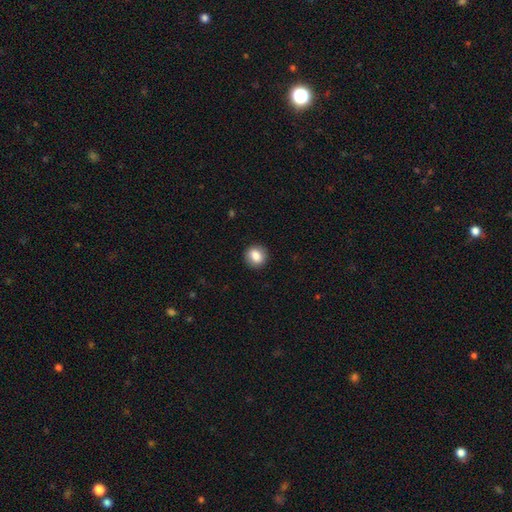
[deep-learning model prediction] A smooth galaxy with no disk features (85%) that is round (79%).

Vote fractions:
- Smooth or featured? smooth: 85% / star or artifact: 8% / featured or disk: 7%
- How rounded? round: 79% / in between: 20% / cigar-shaped: 1%
- Merging? none: 90% / minor disturbance: 7% / major disturbance: 2% / merger: 1%